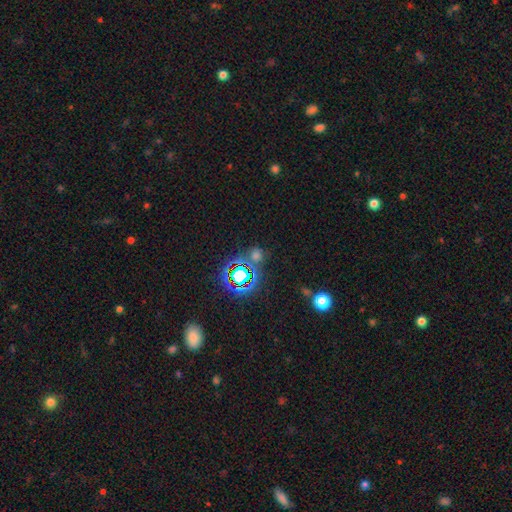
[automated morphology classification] This is possibly a star or artifact rather than a galaxy (49%).